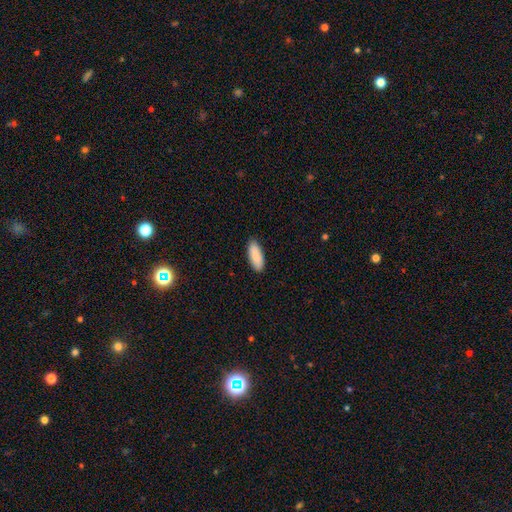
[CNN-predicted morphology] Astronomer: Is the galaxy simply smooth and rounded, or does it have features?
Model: smooth — 91%.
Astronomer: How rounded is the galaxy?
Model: in between — 74%.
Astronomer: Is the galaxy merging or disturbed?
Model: none — 90%.